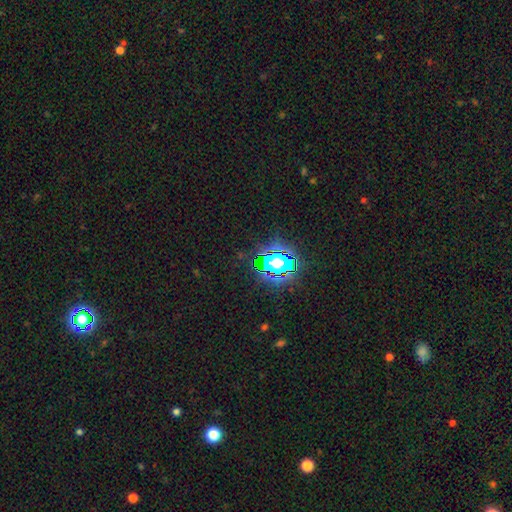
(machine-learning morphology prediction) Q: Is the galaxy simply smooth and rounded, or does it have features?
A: star or artifact — 83%.